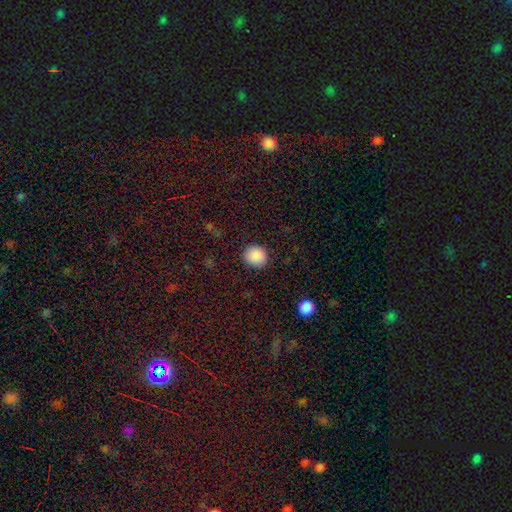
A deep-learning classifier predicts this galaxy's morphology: Smooth or featured? smooth (89%)
How rounded? round (85%)
Merging? none (89%)